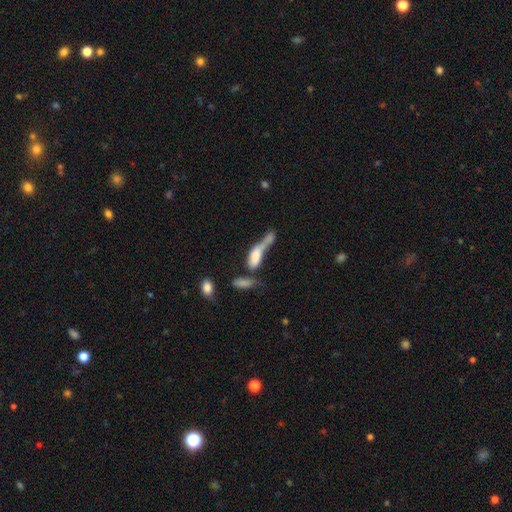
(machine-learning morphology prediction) smooth_or_featured: smooth (p=0.55) [alt: featured or disk p=0.33]
how_rounded: in between (p=0.52) [alt: cigar-shaped p=0.42]
merging: merger (p=0.54) [alt: major disturbance p=0.21]